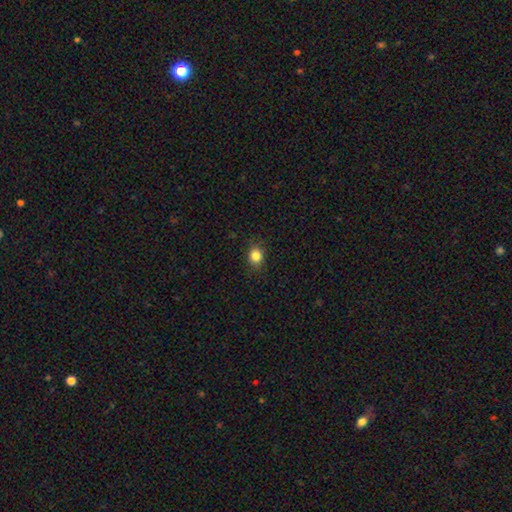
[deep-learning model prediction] Smooth or featured? Predicted: smooth (p=0.84). How rounded? Predicted: round (p=0.68). Merging? Predicted: none (p=0.87).